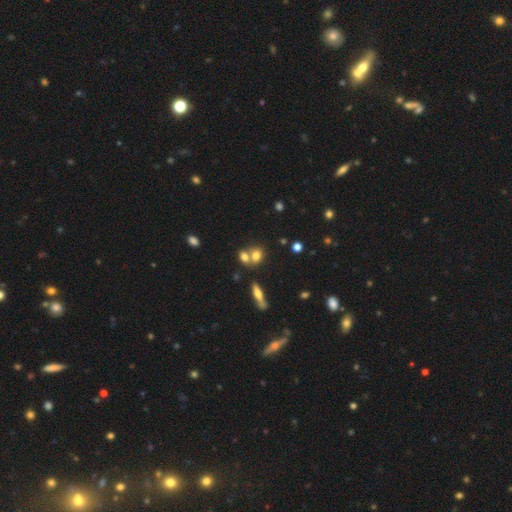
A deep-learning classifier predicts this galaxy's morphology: Smooth or featured: smooth — 71% (featured or disk — 15%)
How rounded: round — 50% (in between — 47%)
Merging: merger — 49% (none — 39%)